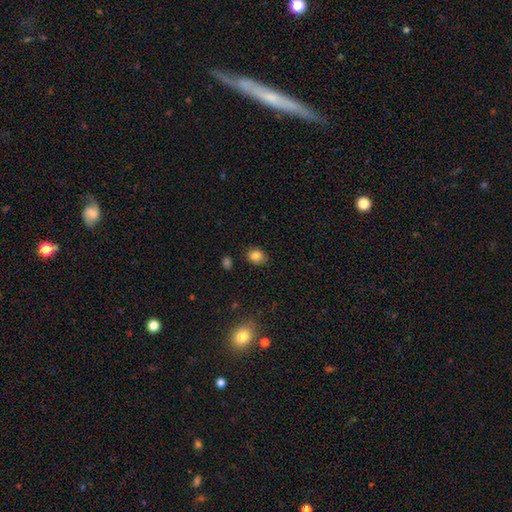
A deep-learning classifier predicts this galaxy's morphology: This is clearly a smooth galaxy (83%). How rounded: possibly in between (51%). Merging: clearly none (83%).